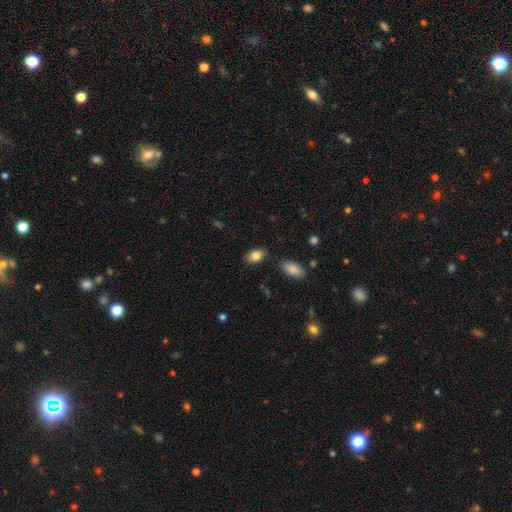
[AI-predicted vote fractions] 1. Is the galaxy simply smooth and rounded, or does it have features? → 84% smooth, 9% featured or disk, 8% star or artifact.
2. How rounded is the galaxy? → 89% in between, 10% round, 2% cigar-shaped.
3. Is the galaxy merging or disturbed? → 81% none, 13% minor disturbance, 4% merger, 3% major disturbance.